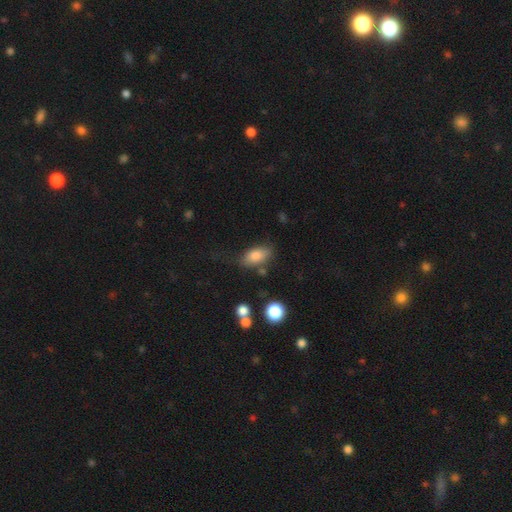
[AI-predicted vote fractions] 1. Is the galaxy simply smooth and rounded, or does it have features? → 81% smooth, 11% featured or disk, 8% star or artifact.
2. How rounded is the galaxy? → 89% in between, 6% round, 5% cigar-shaped.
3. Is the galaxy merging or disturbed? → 66% none, 21% minor disturbance, 8% major disturbance, 5% merger.